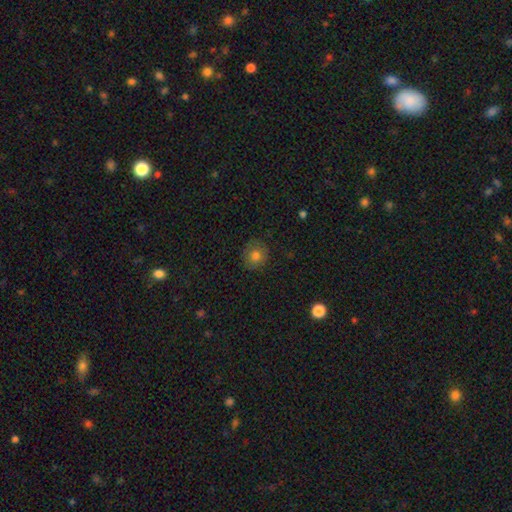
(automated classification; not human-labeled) Smooth or featured?
  - smooth: 78% *
  - star or artifact: 12%
  - featured or disk: 10%
How rounded?
  - round: 84% *
  - in between: 15%
  - cigar-shaped: 1%
Merging?
  - none: 83% *
  - minor disturbance: 13%
  - major disturbance: 3%
  - merger: 1%